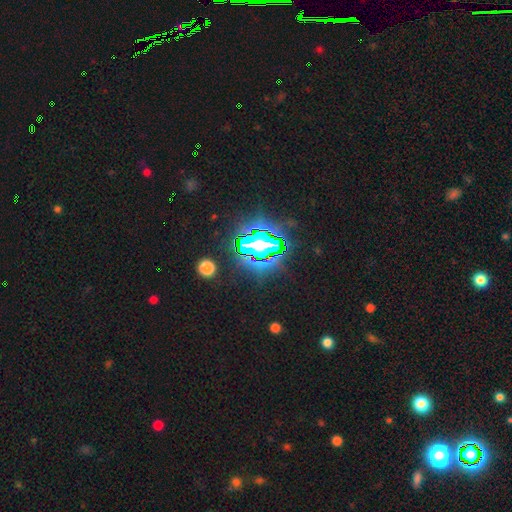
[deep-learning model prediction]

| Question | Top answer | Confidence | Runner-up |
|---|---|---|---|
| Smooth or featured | star or artifact | 79% | smooth (11%) |